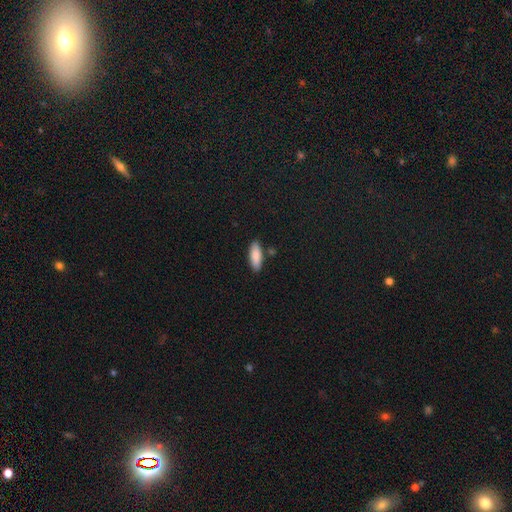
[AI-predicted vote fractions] This is clearly a smooth galaxy (87%). How rounded: likely in between (69%). Merging: clearly none (82%).